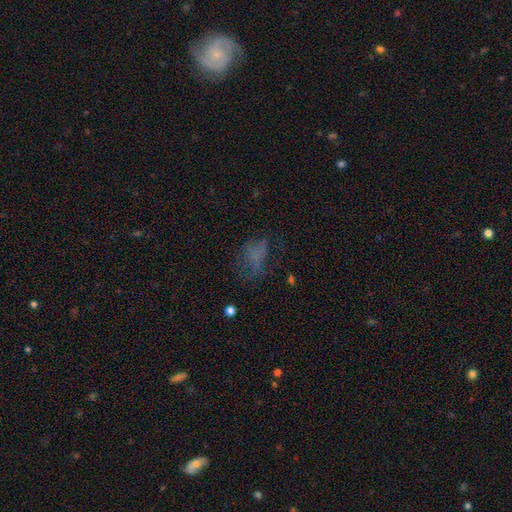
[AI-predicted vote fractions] This is possibly a smooth galaxy (49%). Merging: marginally none (42%).